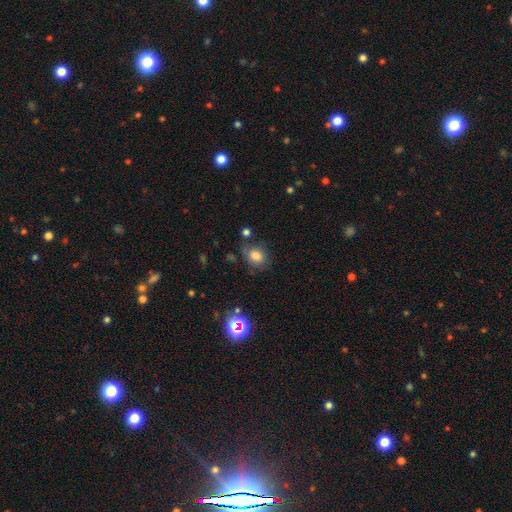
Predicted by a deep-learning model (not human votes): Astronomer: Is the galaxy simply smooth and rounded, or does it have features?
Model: smooth — 77%.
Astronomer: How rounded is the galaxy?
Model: round — 54% (runner-up: in between, 45%).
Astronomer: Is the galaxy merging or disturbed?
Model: none — 67%.